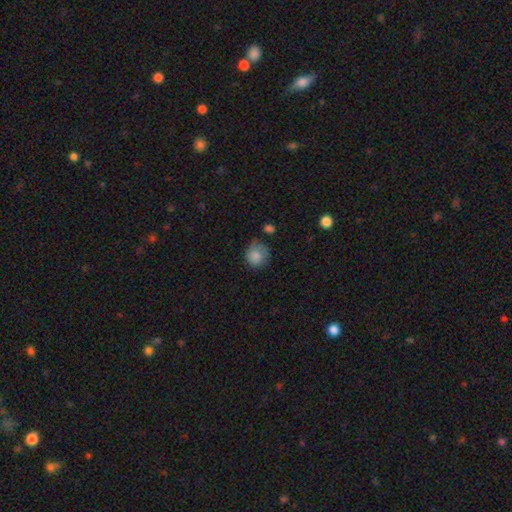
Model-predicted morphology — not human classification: Q: Smooth or featured?
A: smooth (84%); runner-up: star or artifact (9%)
Q: How rounded?
A: round (80%); runner-up: in between (19%)
Q: Merging?
A: none (56%); runner-up: minor disturbance (31%)